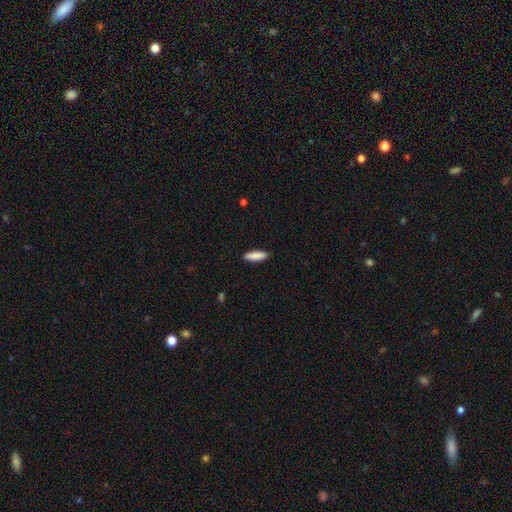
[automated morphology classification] smooth-or-featured: smooth: 89% | star or artifact: 6% | featured or disk: 6%
  how-rounded: cigar-shaped: 56% | in between: 42% | round: 1%
  merging: none: 90% | minor disturbance: 8% | major disturbance: 2% | merger: 1%